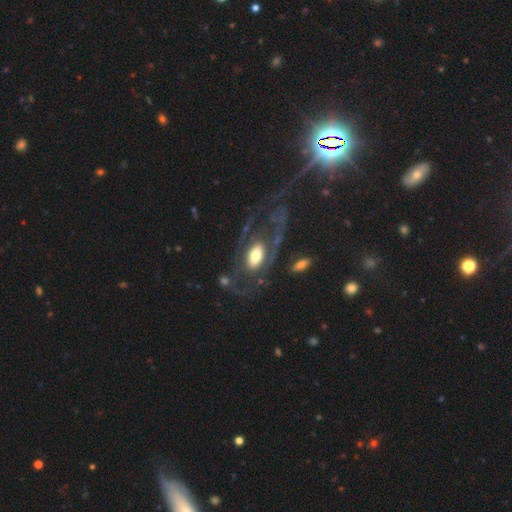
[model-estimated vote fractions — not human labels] Q: Smooth or featured?
A: featured or disk (69%); runner-up: smooth (25%)
Q: Edge-on disk?
A: no (92%); runner-up: yes (8%)
Q: Bar?
A: no (67%); runner-up: weak (21%)
Q: Spiral arms?
A: yes (67%); runner-up: no (33%)
Q: Bulge size?
A: large (43%); runner-up: moderate (40%)
Q: Merging?
A: none (49%); runner-up: major disturbance (32%)